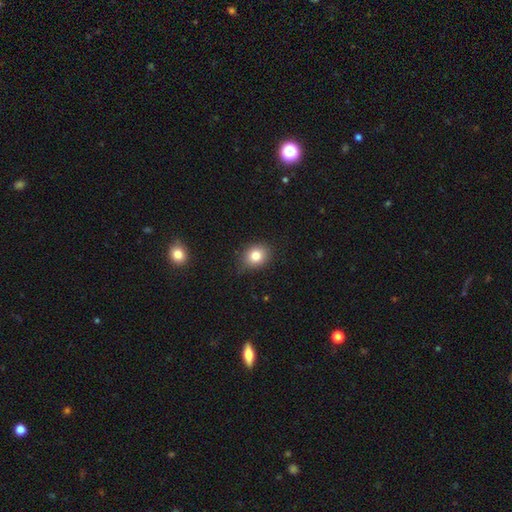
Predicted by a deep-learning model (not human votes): Smooth or featured? Predicted: smooth (p=0.82). How rounded? Predicted: round (p=0.60). Merging? Predicted: none (p=0.81).